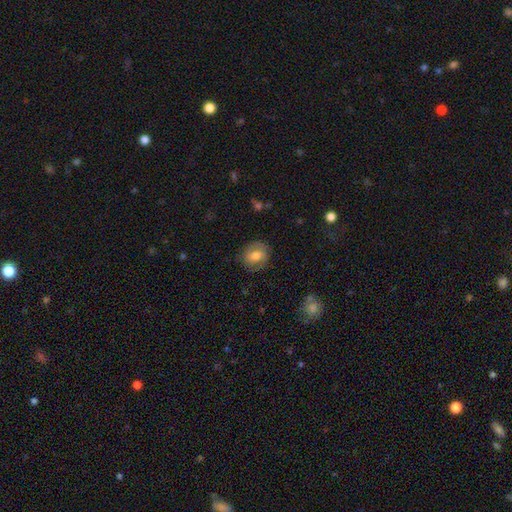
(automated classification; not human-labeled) smooth 59%, featured or disk 34%, star or artifact 8%. Down the decision tree: how rounded — round (68%); merging — none (78%).